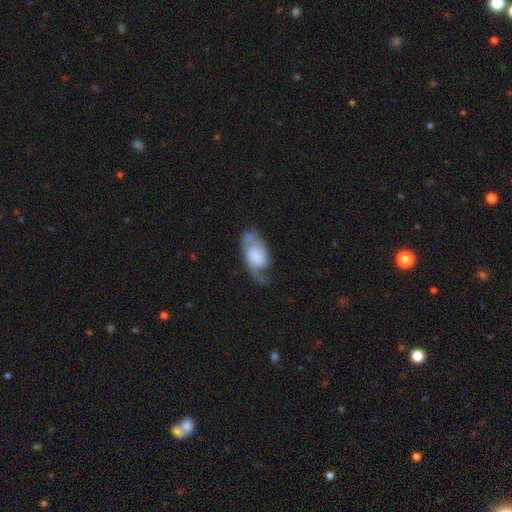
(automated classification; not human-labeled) Morphology: type=featured or disk (70%); edge-on=no (95%); bar=no (60%); spiral arms=yes (91%); winding=medium (45%); arm count=2 (78%); bulge=small (30%); merging=none (52%).